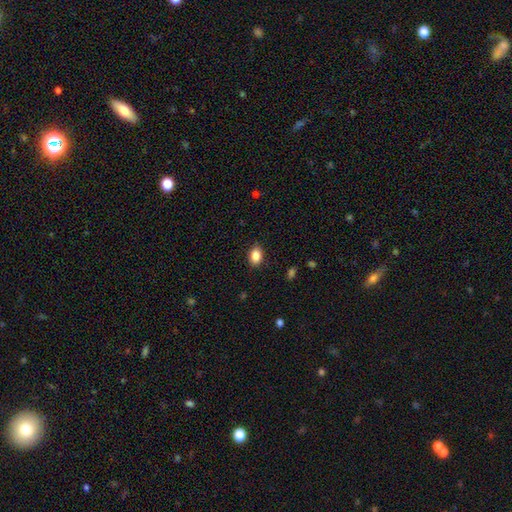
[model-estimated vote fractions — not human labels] The model was most divided on "how rounded": in between: 83%, round: 16%, cigar-shaped: 1%. More confident: merging — none (88%); smooth or featured — smooth (87%).